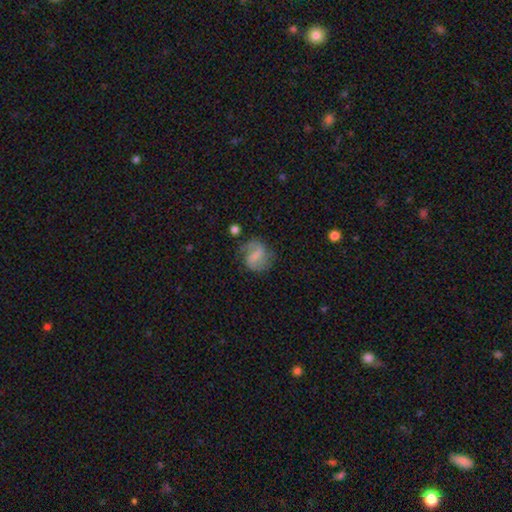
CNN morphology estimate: type=featured or disk (56%); edge-on=no (98%); bar=weak (47%); spiral arms=yes (85%); bulge=none (39%); merging=none (59%).